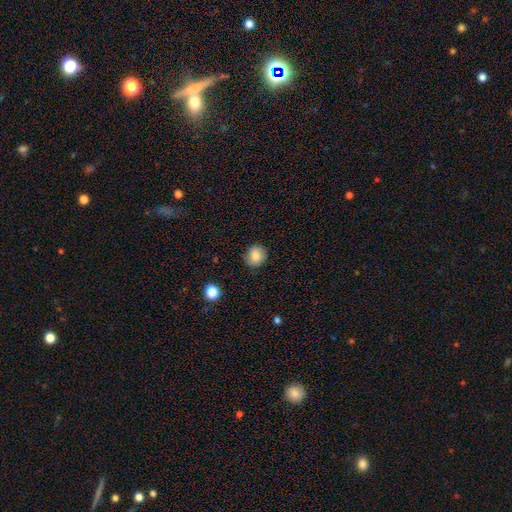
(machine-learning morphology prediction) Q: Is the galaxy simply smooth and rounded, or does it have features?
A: smooth — 82%.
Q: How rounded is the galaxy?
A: round — 83%.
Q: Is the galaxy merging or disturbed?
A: none — 83%.